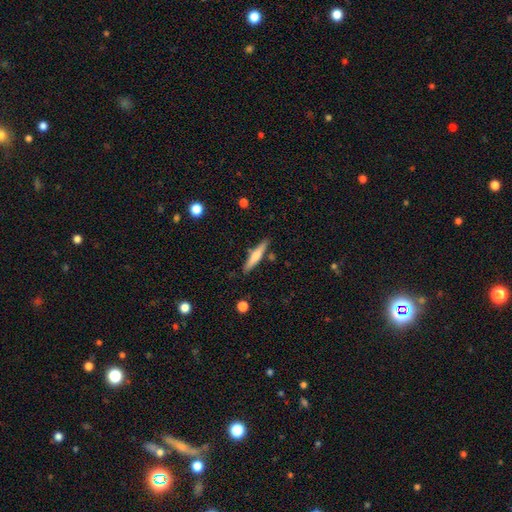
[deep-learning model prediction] The model was most divided on "smooth or featured": smooth: 51%, featured or disk: 43%, star or artifact: 6%. More confident: how rounded — cigar-shaped (88%); merging — none (85%).